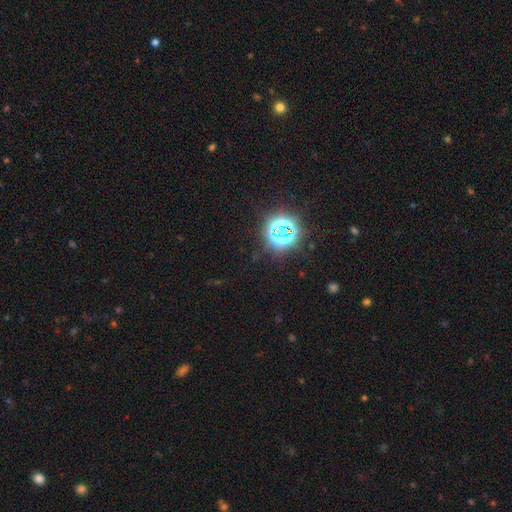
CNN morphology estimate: This appears to be a star or artifact, not a galaxy (82%).